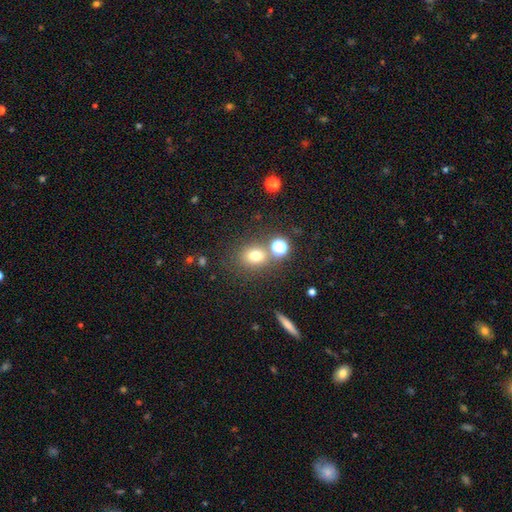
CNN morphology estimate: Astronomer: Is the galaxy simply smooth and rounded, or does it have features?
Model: smooth — 72%.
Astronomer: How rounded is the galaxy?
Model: round — 65%.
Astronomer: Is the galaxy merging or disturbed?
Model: none — 69%.